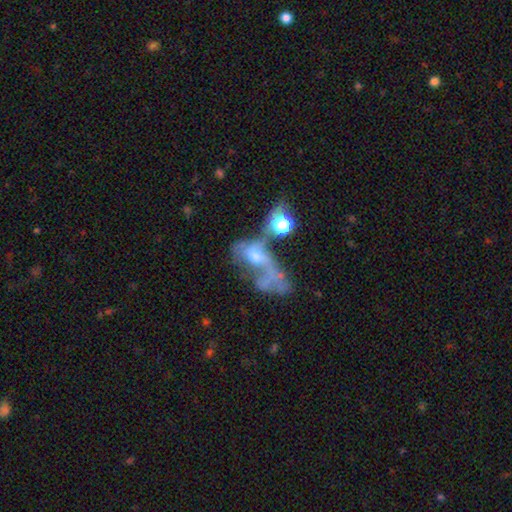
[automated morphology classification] Smooth or featured: featured or disk — 52% (smooth — 31%)
Edge-on disk: no — 93% (yes — 7%)
Merging: merger — 48% (major disturbance — 32%)